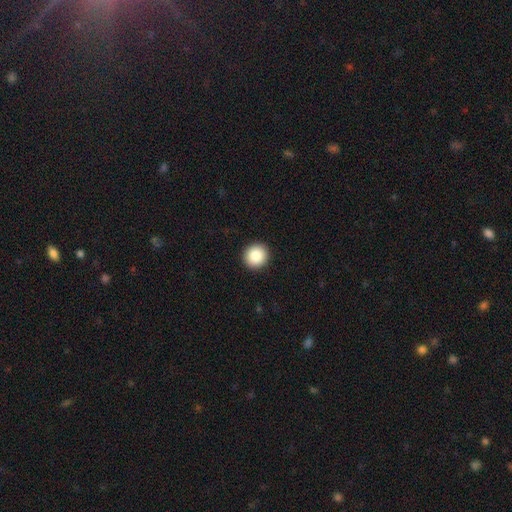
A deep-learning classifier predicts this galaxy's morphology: Smooth or featured?
  - smooth: 87% *
  - star or artifact: 8%
  - featured or disk: 5%
How rounded?
  - round: 92% *
  - in between: 7%
  - cigar-shaped: 1%
Merging?
  - none: 93% *
  - minor disturbance: 4%
  - major disturbance: 1%
  - merger: 1%